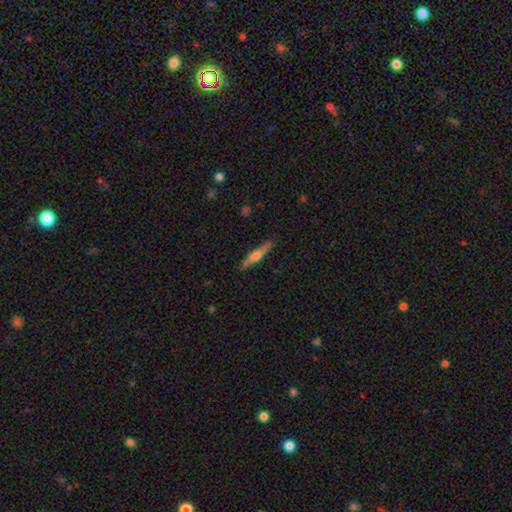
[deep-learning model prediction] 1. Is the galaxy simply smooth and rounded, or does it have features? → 57% featured or disk, 38% smooth, 6% star or artifact.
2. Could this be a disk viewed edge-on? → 96% yes, 4% no.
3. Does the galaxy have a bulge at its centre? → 87% rounded, 7% boxy, 6% none.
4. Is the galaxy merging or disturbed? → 88% none, 9% minor disturbance, 2% major disturbance, 1% merger.